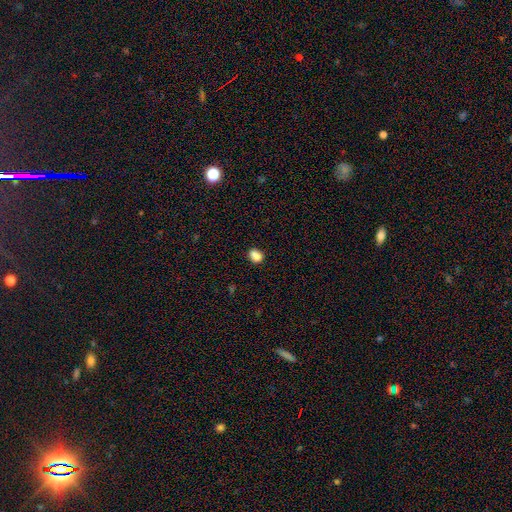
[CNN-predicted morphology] smooth_or_featured: smooth (p=0.84) [alt: star or artifact p=0.11]
how_rounded: in between (p=0.61) [alt: round p=0.38]
merging: none (p=0.71) [alt: minor disturbance p=0.16]